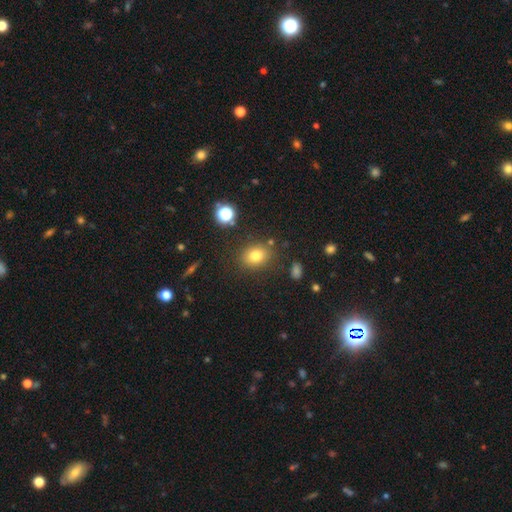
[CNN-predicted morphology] smooth_or_featured: smooth (p=0.77) [alt: star or artifact p=0.14]
how_rounded: round (p=0.50) [alt: in between p=0.49]
merging: none (p=0.81) [alt: minor disturbance p=0.11]